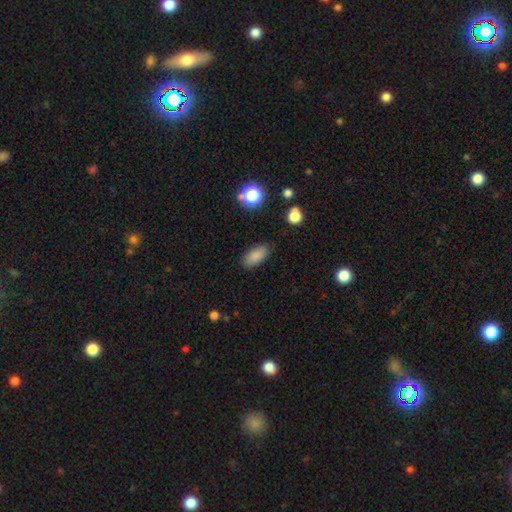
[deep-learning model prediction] Smooth or featured: smooth — 85% (star or artifact — 9%)
How rounded: in between — 88% (cigar-shaped — 9%)
Merging: none — 86% (minor disturbance — 10%)